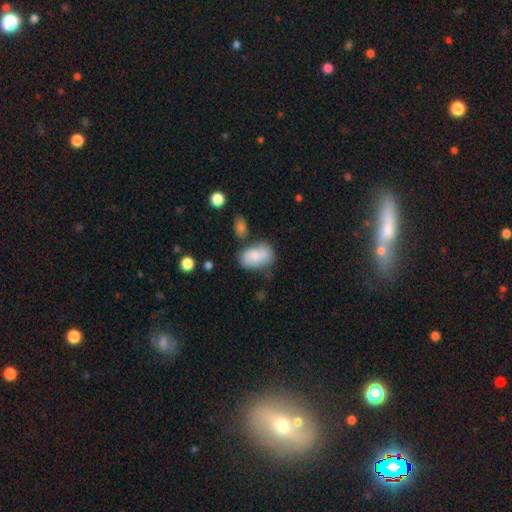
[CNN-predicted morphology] A smooth galaxy with no disk features (74%) that is in between round and cigar-shaped (90%).

Vote fractions:
- Smooth or featured? smooth: 74% / featured or disk: 19% / star or artifact: 7%
- How rounded? in between: 90% / round: 9% / cigar-shaped: 2%
- Merging? none: 55% / minor disturbance: 22% / merger: 17% / major disturbance: 7%